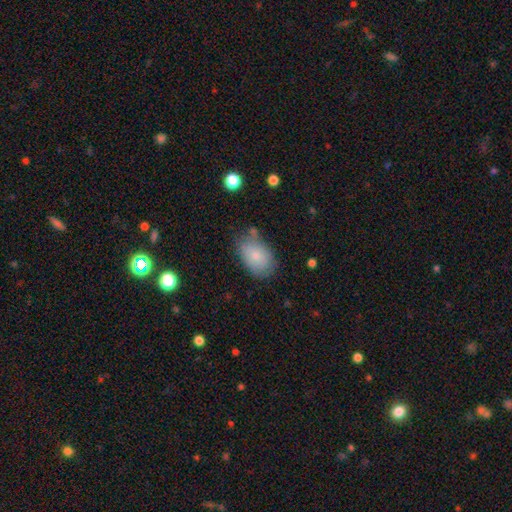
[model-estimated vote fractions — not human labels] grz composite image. It shows a smooth galaxy with no disk features (79%) that is in between round and cigar-shaped (87%). Merging: none (66%).